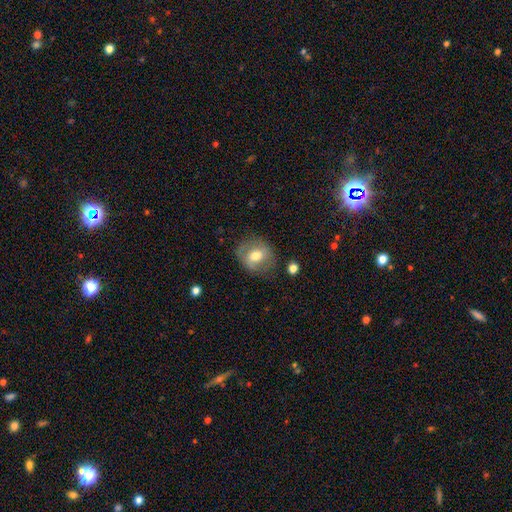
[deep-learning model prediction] smooth_or_featured: smooth (p=0.54) [alt: featured or disk p=0.38]
how_rounded: round (p=0.63) [alt: in between p=0.36]
merging: none (p=0.71) [alt: minor disturbance p=0.19]